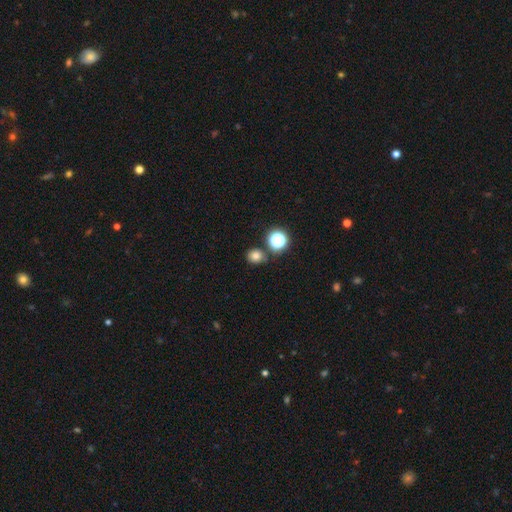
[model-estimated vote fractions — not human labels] smooth_or_featured: smooth (p=0.74) [alt: star or artifact p=0.19]
how_rounded: round (p=0.75) [alt: in between p=0.24]
merging: none (p=0.79) [alt: minor disturbance p=0.09]